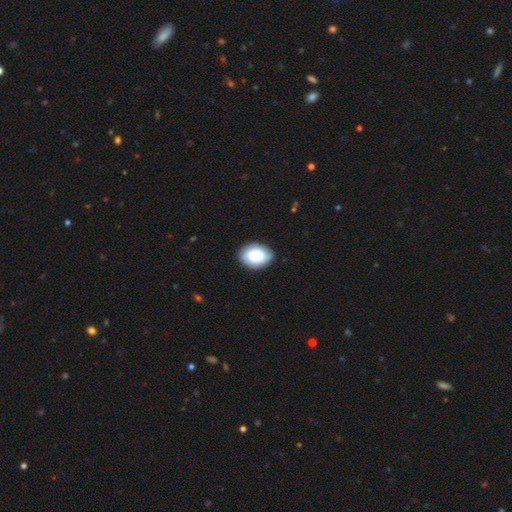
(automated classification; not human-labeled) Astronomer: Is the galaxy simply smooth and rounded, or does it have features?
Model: smooth — 80%.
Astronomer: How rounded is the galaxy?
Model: in between — 79%.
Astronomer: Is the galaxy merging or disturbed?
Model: none — 81%.